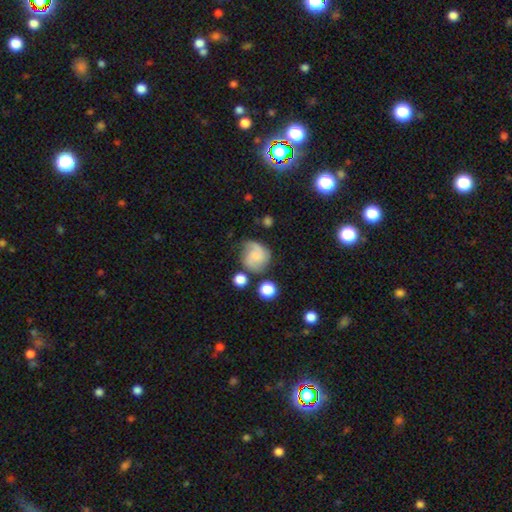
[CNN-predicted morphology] A smooth galaxy with no disk features (46%).

Vote fractions:
- Smooth or featured? smooth: 46% / featured or disk: 44% / star or artifact: 10%
- Merging? none: 52% / minor disturbance: 26% / major disturbance: 14% / merger: 8%